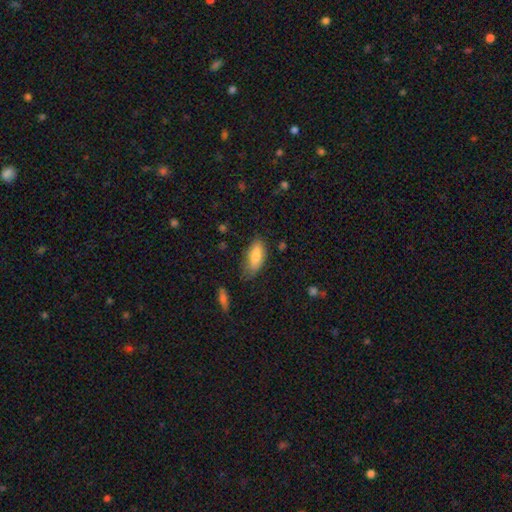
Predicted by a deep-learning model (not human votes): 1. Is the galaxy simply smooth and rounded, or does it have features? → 79% smooth, 15% featured or disk, 7% star or artifact.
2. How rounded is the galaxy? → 82% in between, 16% cigar-shaped, 2% round.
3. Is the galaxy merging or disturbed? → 69% none, 24% minor disturbance, 5% major disturbance, 2% merger.